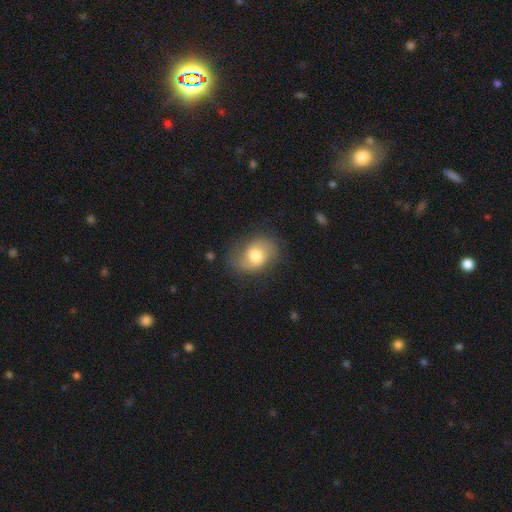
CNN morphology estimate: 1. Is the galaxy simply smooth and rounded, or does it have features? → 59% smooth, 32% featured or disk, 8% star or artifact.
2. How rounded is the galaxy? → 64% in between, 35% round, 1% cigar-shaped.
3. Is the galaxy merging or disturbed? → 67% none, 22% minor disturbance, 9% major disturbance, 2% merger.